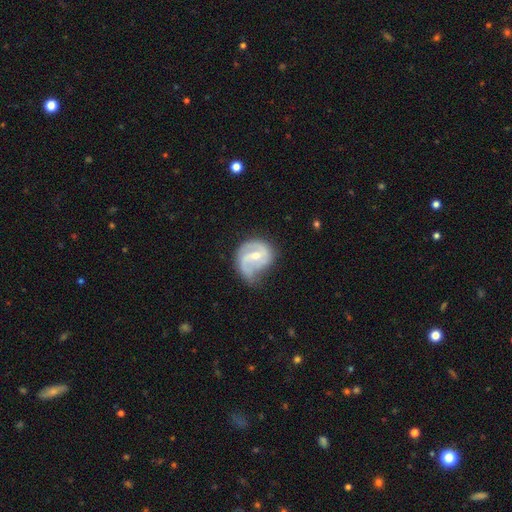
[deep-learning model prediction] A featured or disk galaxy (79%) with a weak bar (50%), 2 (70%) medium (47%) spiral arms (91%) and a small central bulge (48%, tied with moderate).

Vote fractions:
- Smooth or featured? featured or disk: 79% / smooth: 15% / star or artifact: 5%
- Edge-on disk? no: 98% / yes: 2%
- Bar? weak: 50% / no: 26% / strong: 23%
- Spiral arms? yes: 91% / no: 9%
- Spiral winding? medium: 47% / loose: 29% / tight: 24%
- Spiral arm count? 2: 70% / 1: 14% / can't tell: 9% / 3: 4% / 4: 1% / more than 4: 1%
- Bulge size? small: 48% (tied) / moderate: 48% (tied) / none: 1% / large: 1% / dominant: 1%
- Merging? none: 43% / minor disturbance: 35% / major disturbance: 19% / merger: 3%